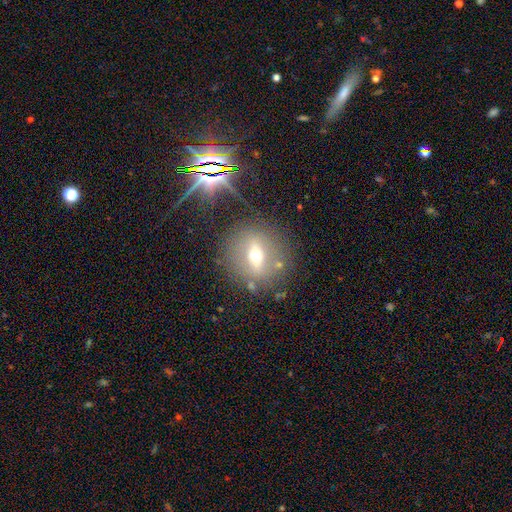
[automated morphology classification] smooth_or_featured: featured or disk (p=0.48) [alt: smooth p=0.33]
merging: none (p=0.80) [alt: minor disturbance p=0.11]